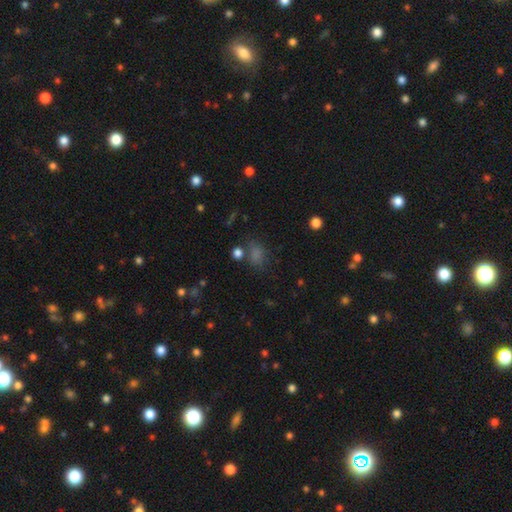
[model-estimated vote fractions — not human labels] Smooth or featured? Predicted: smooth (p=0.60). How rounded? Predicted: in between (p=0.61). Merging? Predicted: none (p=0.69).